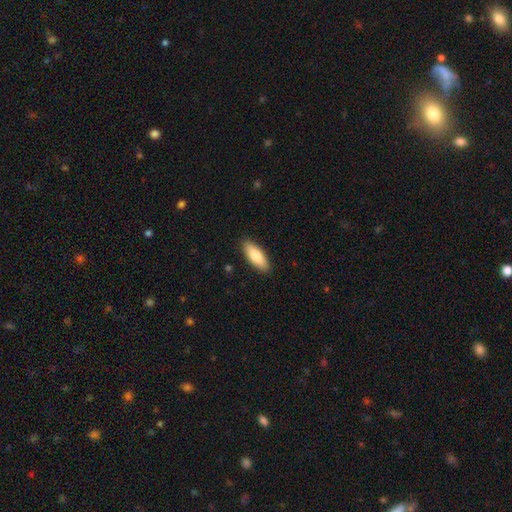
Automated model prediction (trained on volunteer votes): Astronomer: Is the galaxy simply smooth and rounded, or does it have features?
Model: smooth — 79%.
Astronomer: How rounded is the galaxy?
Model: in between — 71%.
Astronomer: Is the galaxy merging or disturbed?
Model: none — 89%.